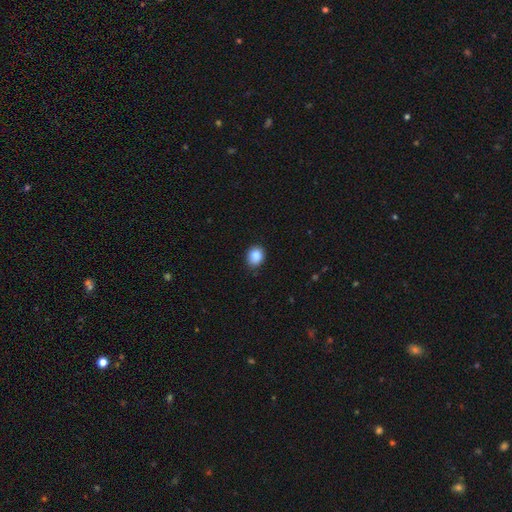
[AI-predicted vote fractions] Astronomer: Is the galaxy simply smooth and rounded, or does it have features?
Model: smooth — 88%.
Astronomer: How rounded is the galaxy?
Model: round — 60% (runner-up: in between, 39%).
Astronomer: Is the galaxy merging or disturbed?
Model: none — 85%.